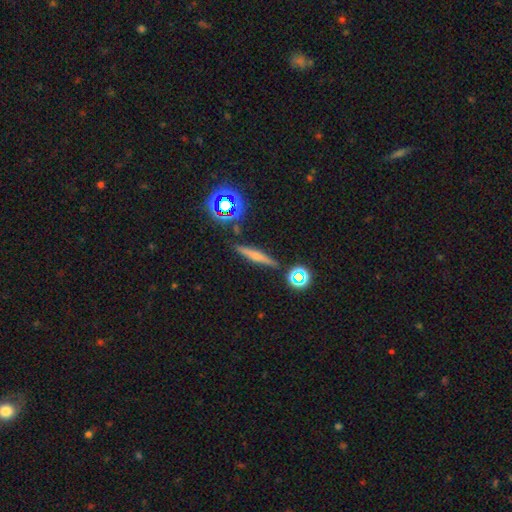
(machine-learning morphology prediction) Overall: smooth (49%; featured or disk 36%). Merging: none (86%).